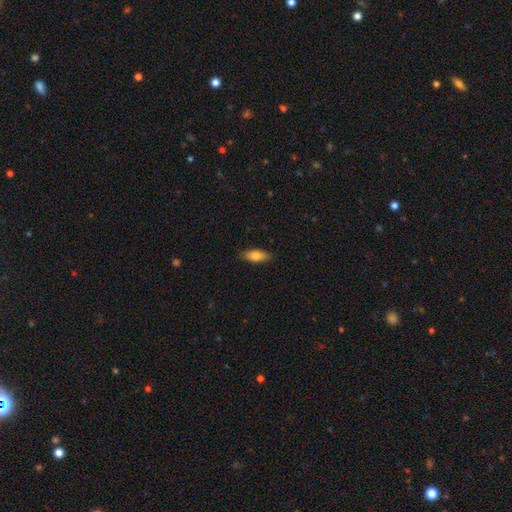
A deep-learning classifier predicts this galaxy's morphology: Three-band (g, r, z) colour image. It shows a smooth galaxy with no disk features (78%) that is in between round and cigar-shaped (75%). Merging: none (87%).